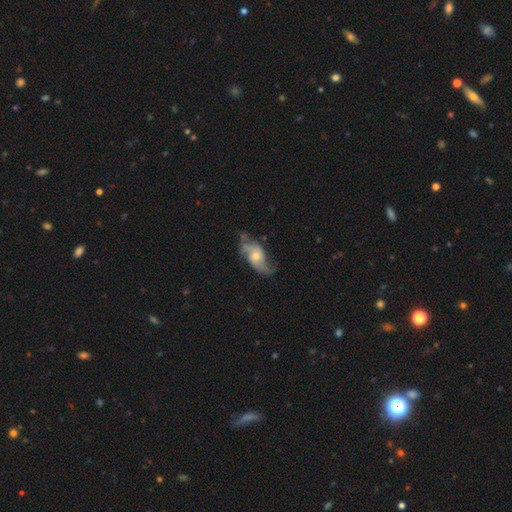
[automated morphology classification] A featured or disk galaxy (77%) with no bar (62%), 2 (77%) loose (62%) spiral arms (91%) and a moderate central bulge (49%).

Vote fractions:
- Smooth or featured? featured or disk: 77% / smooth: 17% / star or artifact: 6%
- Edge-on disk? no: 95% / yes: 5%
- Bar? no: 62% / weak: 32% / strong: 6%
- Spiral arms? yes: 91% / no: 9%
- Spiral winding? loose: 62% / medium: 29% / tight: 8%
- Spiral arm count? 2: 77% / 3: 8% / can't tell: 8% / 1: 4% / 4: 2% / more than 4: 2%
- Bulge size? moderate: 49% / small: 42% / large: 5% / none: 3% / dominant: 1%
- Merging? none: 55% / minor disturbance: 24% / major disturbance: 17% / merger: 3%